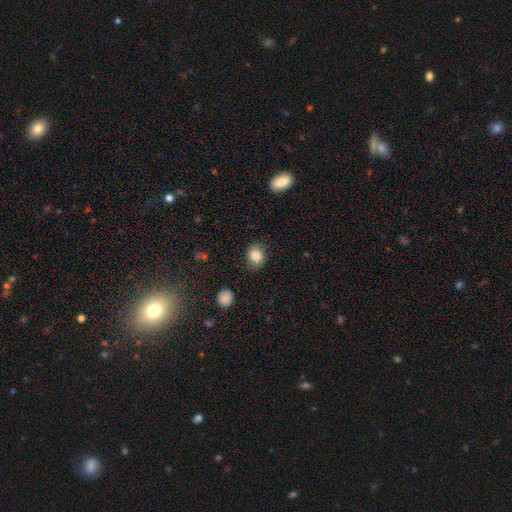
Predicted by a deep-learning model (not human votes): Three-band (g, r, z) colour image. It shows a smooth galaxy with no disk features (82%) that is round (55%). Merging: none (79%).